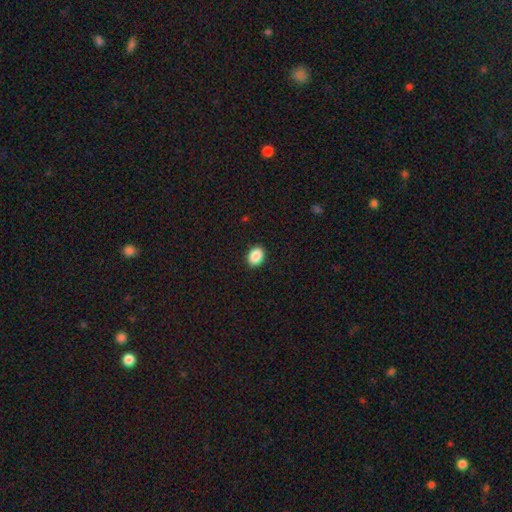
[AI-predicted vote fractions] smooth-or-featured: smooth: 89% | star or artifact: 8% | featured or disk: 3%
  how-rounded: in between: 69% | round: 30% | cigar-shaped: 1%
  merging: none: 91% | minor disturbance: 7% | major disturbance: 2% | merger: 1%